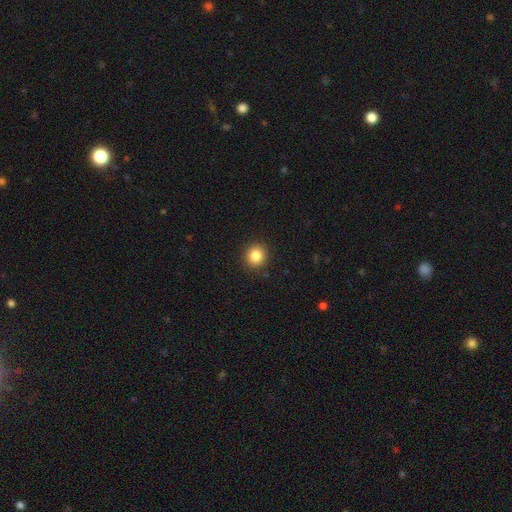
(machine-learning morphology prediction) smooth 84%, star or artifact 11%, featured or disk 5%. Down the decision tree: how rounded — round (89%); merging — none (91%).